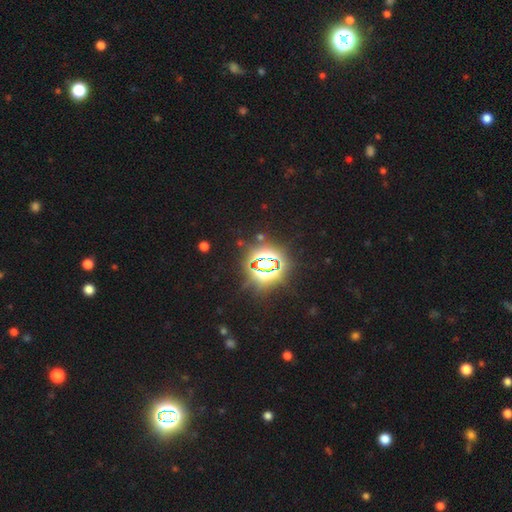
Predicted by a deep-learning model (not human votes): smooth-or-featured: star or artifact: 85% | smooth: 10% | featured or disk: 6%